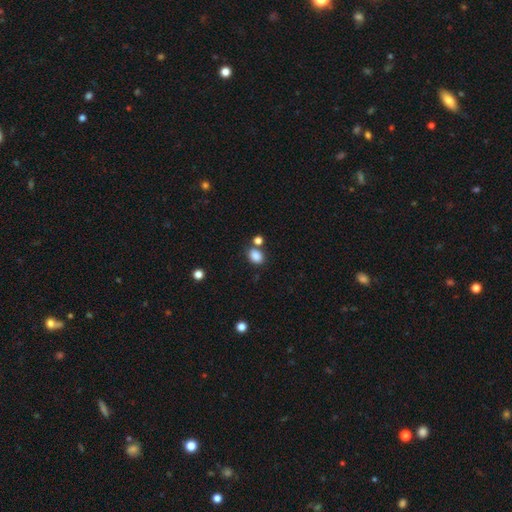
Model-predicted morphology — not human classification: This is clearly a smooth galaxy (85%). How rounded: likely in between (66%). Merging: likely none (66%).